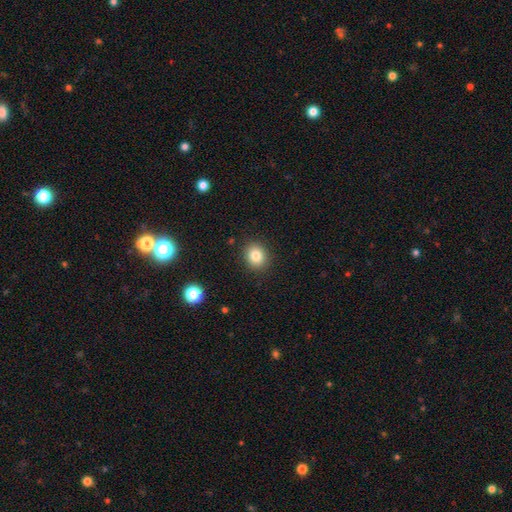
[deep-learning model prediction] Morphology: type=smooth (83%); roundness=round (69%); merging=none (89%).